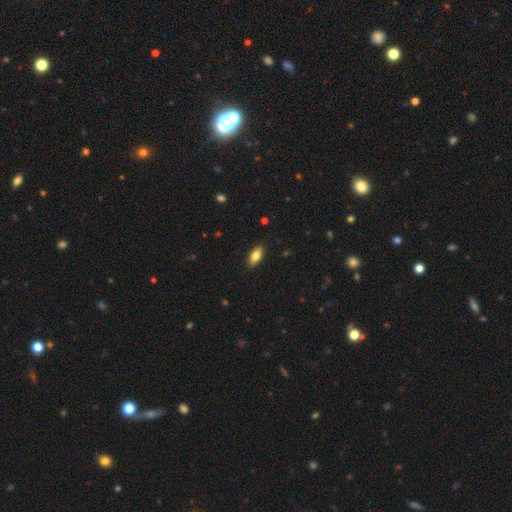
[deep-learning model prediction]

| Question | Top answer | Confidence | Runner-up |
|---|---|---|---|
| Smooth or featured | smooth | 77% | featured or disk (17%) |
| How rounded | in between | 83% | cigar-shaped (15%) |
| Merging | none | 89% | minor disturbance (9%) |